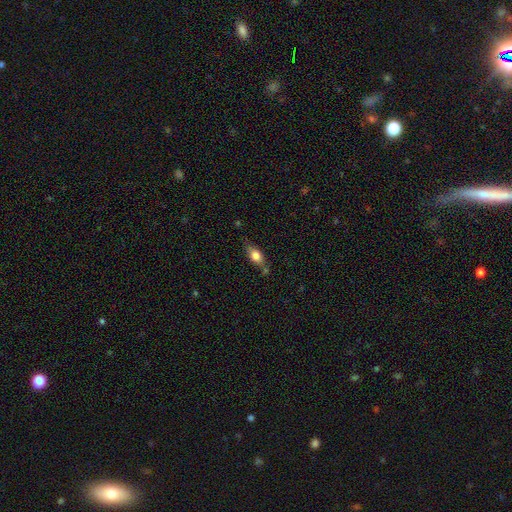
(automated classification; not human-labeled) Smooth or featured? smooth (69%)
How rounded? in between (76%)
Merging? none (62%)